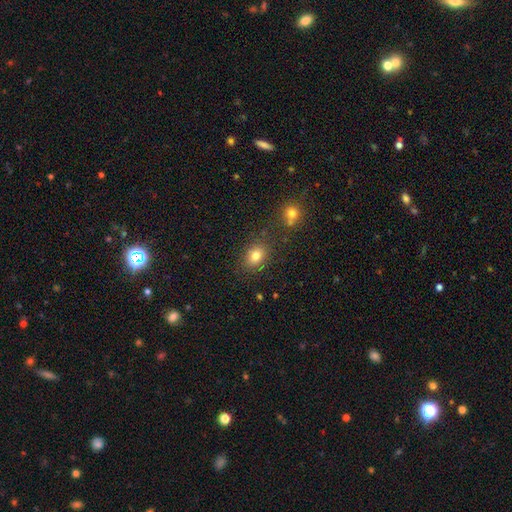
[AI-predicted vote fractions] A smooth galaxy with no disk features (80%) that is in between round and cigar-shaped (62%). Merging: none (79%).